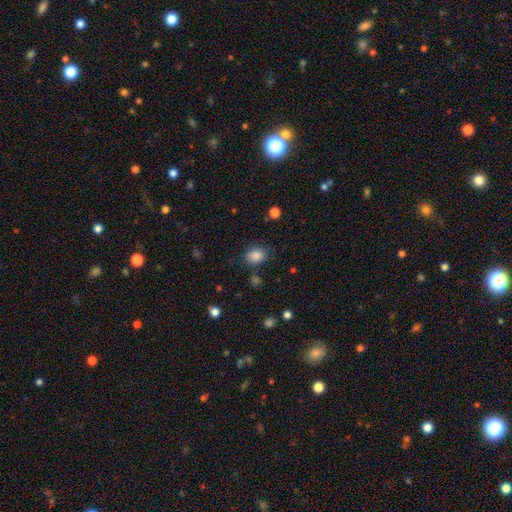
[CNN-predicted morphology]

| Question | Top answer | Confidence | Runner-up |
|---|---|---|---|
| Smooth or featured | smooth | 85% | star or artifact (10%) |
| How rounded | in between | 55% | round (44%) |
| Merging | none | 72% | minor disturbance (18%) |